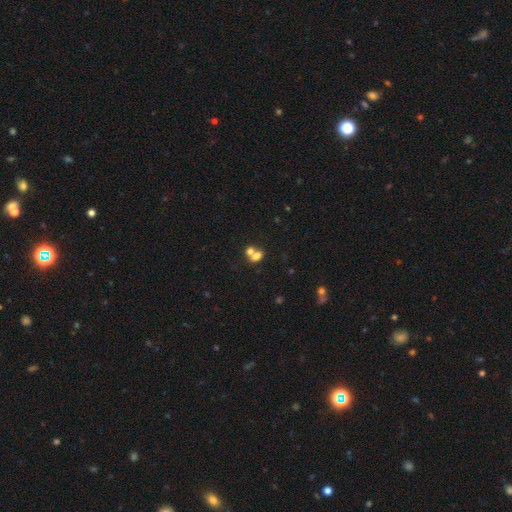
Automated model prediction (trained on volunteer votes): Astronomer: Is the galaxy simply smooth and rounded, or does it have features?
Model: smooth — 71%.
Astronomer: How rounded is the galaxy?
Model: in between — 62%.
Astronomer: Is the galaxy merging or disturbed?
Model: merger — 60%.